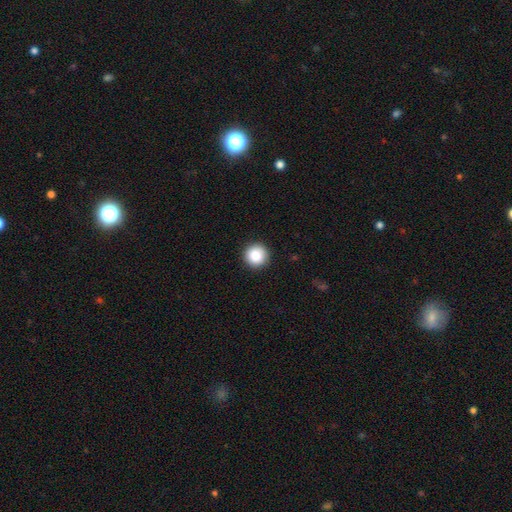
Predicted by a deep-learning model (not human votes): Overall: smooth (87%). How rounded: round (95%). Merging: none (93%).